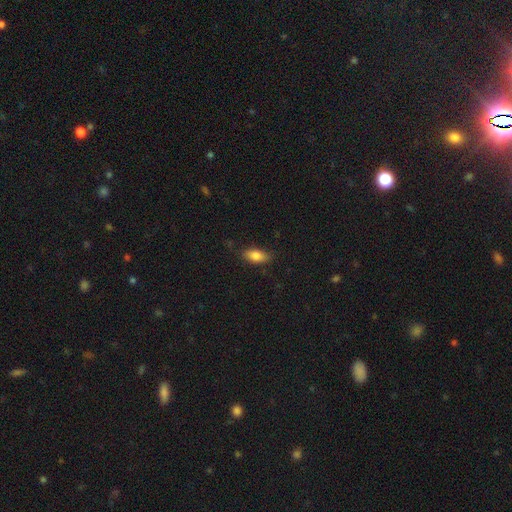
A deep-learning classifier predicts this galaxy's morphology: Smooth or featured? Predicted: smooth (p=0.82). How rounded? Predicted: in between (p=0.86). Merging? Predicted: none (p=0.81).